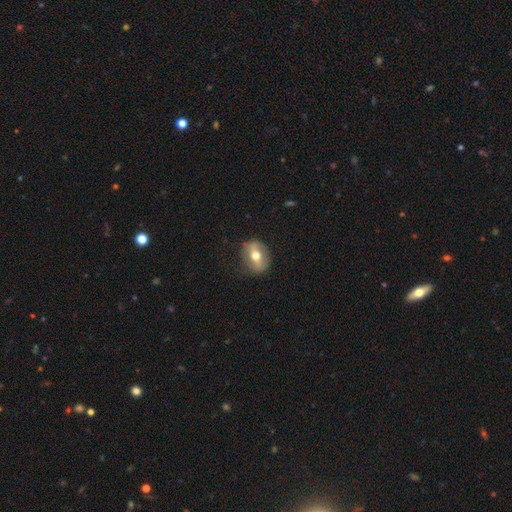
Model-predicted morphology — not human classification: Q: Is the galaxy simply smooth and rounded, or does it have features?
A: featured or disk — 49%.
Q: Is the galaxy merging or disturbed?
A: none — 78%.